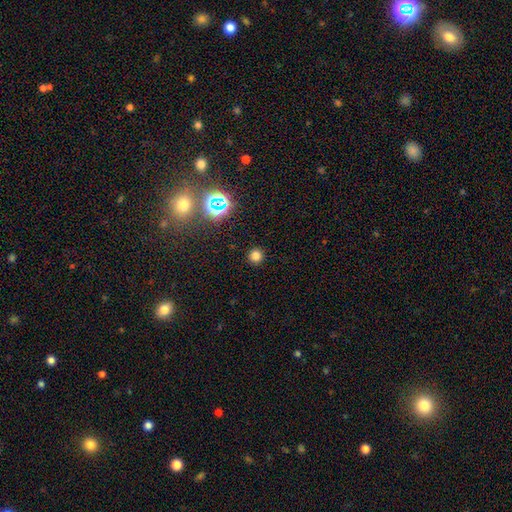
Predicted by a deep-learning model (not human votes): This is likely a smooth galaxy (77%). How rounded: clearly round (94%). Merging: clearly none (92%).